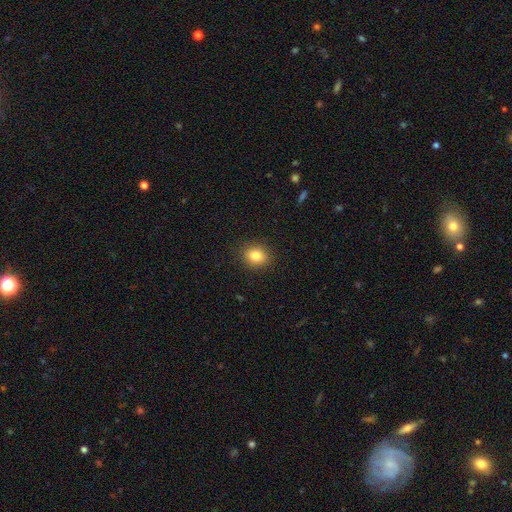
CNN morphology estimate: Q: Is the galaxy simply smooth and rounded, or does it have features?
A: smooth — 84%.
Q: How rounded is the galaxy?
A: round — 59%.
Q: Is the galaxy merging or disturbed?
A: none — 89%.